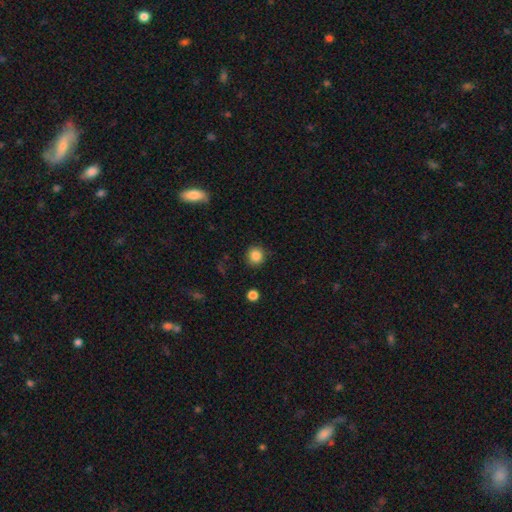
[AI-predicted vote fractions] Morphology: type=smooth (85%); roundness=round (89%); merging=none (88%).